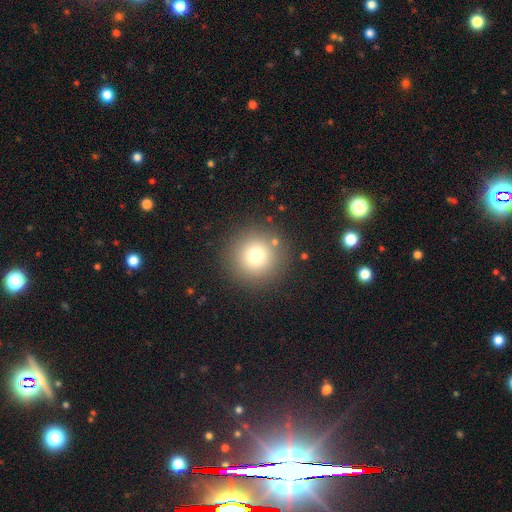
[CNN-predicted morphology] Smooth or featured: smooth — 75% (star or artifact — 15%)
How rounded: round — 96% (in between — 3%)
Merging: none — 87% (minor disturbance — 7%)